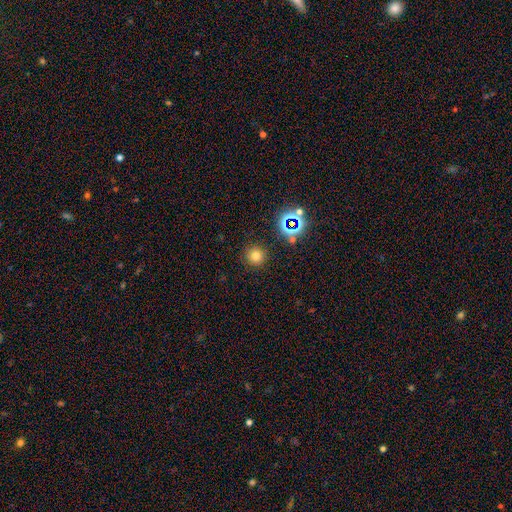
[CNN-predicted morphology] Overall: smooth (71%). How rounded: round (95%). Merging: none (88%).